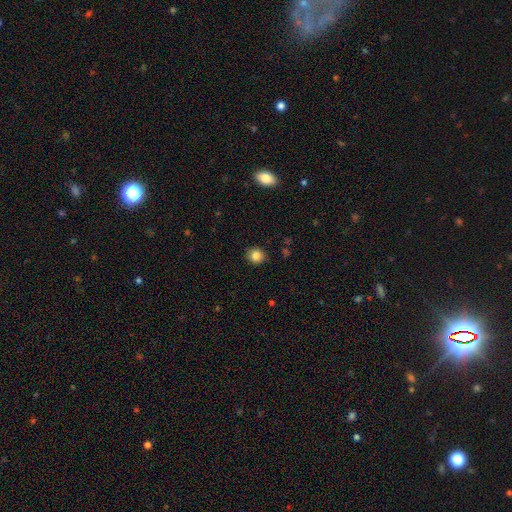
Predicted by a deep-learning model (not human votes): Smooth or featured: smooth — 84% (star or artifact — 10%)
How rounded: round — 83% (in between — 16%)
Merging: none — 90% (minor disturbance — 7%)